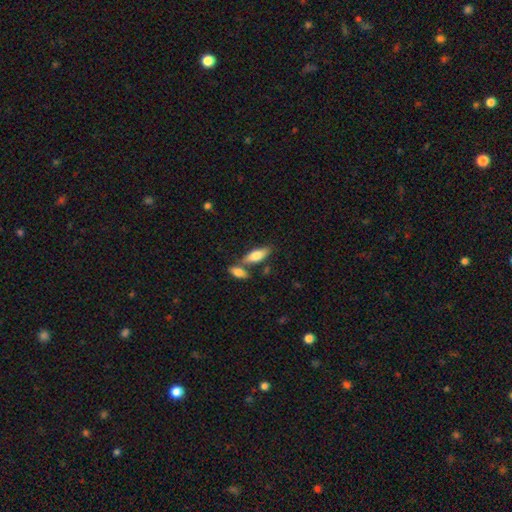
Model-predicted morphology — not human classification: Smooth or featured?
  - smooth: 74% *
  - featured or disk: 20%
  - star or artifact: 6%
How rounded?
  - in between: 70% *
  - cigar-shaped: 28%
  - round: 2%
Merging?
  - none: 58% *
  - merger: 27%
  - minor disturbance: 12%
  - major disturbance: 3%